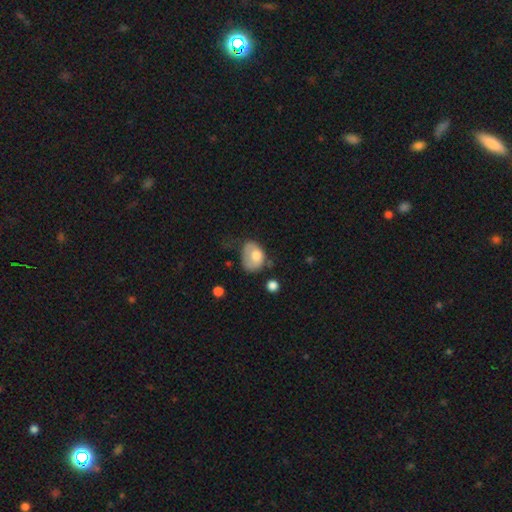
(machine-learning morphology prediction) A smooth galaxy with no disk features (70%) that is in between round and cigar-shaped (70%).

Vote fractions:
- Smooth or featured? smooth: 70% / featured or disk: 23% / star or artifact: 7%
- How rounded? in between: 70% / round: 29% / cigar-shaped: 1%
- Merging? minor disturbance: 36% / none: 31% / major disturbance: 28% / merger: 5%